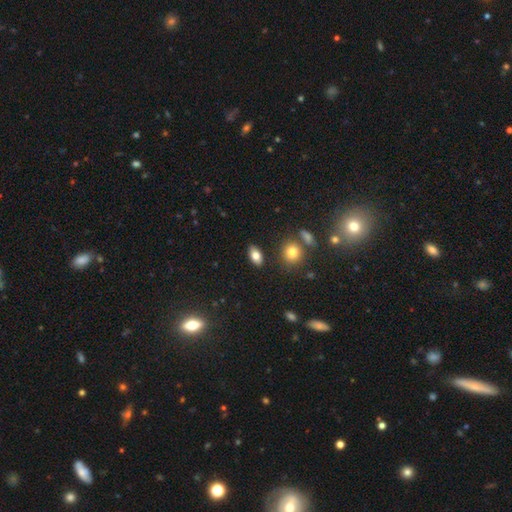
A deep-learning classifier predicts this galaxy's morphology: The model was most divided on "smooth or featured": smooth: 79%, featured or disk: 12%, star or artifact: 9%. More confident: how rounded — in between (88%); merging — none (86%).